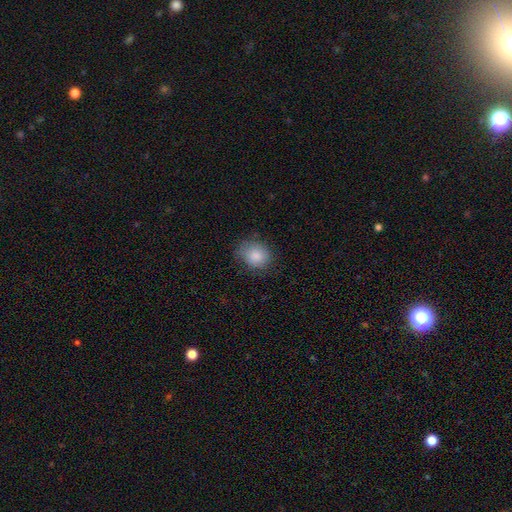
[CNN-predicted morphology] Smooth or featured?
  - smooth: 85% *
  - star or artifact: 8%
  - featured or disk: 7%
How rounded?
  - round: 70% *
  - in between: 29%
  - cigar-shaped: 1%
Merging?
  - none: 73% *
  - minor disturbance: 20%
  - major disturbance: 5%
  - merger: 1%